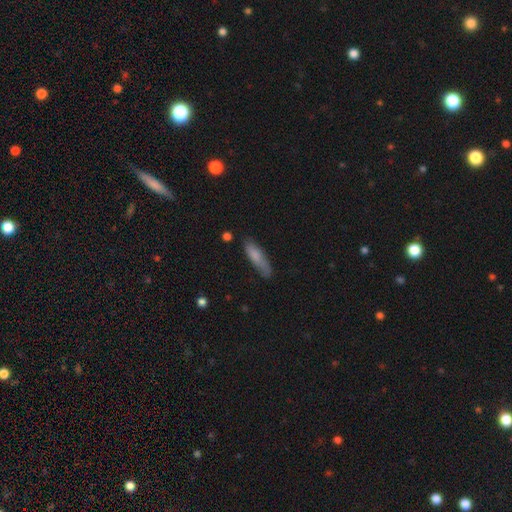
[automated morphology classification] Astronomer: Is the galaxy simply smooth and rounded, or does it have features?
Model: smooth — 78%.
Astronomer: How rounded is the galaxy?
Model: cigar-shaped — 65%.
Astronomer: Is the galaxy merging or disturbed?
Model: none — 64%.